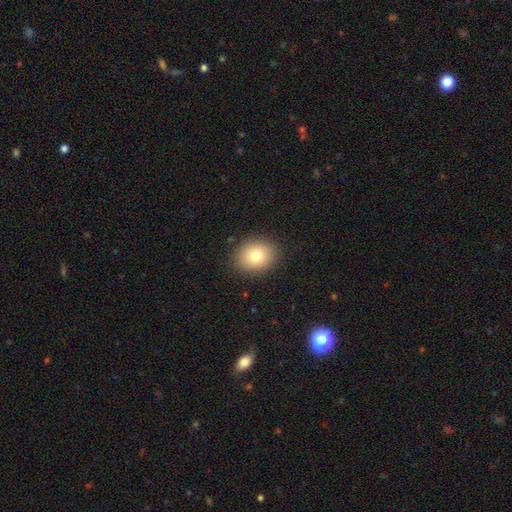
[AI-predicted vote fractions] Smooth or featured? smooth (78%)
How rounded? round (55%)
Merging? none (88%)